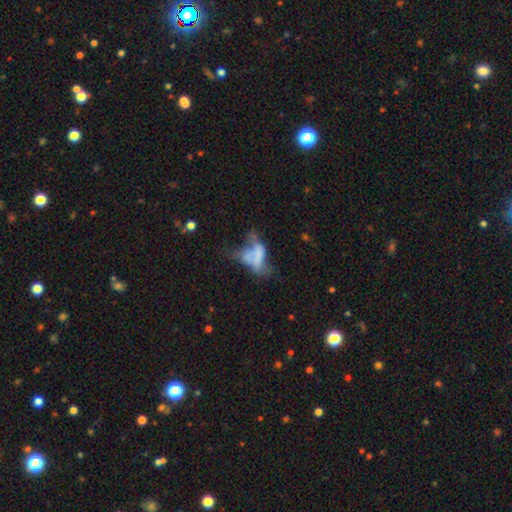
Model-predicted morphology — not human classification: Overall: featured or disk (45%; smooth 42%). Merging: major disturbance (38%; merger 33%).